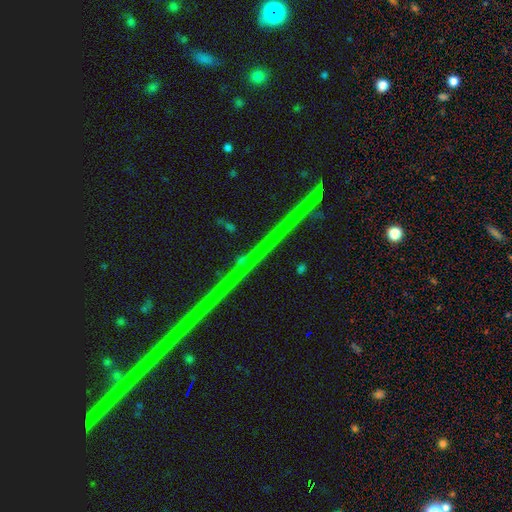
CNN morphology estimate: Smooth or featured? star or artifact (87%)